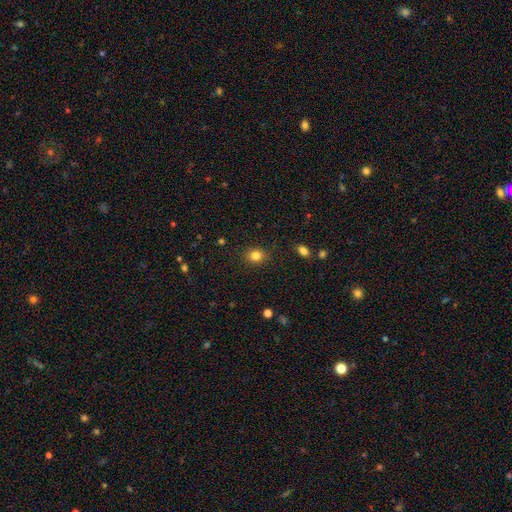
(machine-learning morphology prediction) Smooth or featured: smooth — 83% (star or artifact — 12%)
How rounded: round — 64% (in between — 35%)
Merging: none — 88% (minor disturbance — 9%)